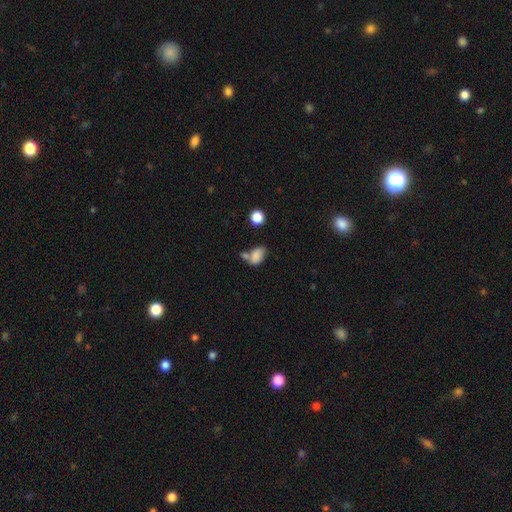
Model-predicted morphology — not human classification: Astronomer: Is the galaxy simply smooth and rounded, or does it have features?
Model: smooth — 79%.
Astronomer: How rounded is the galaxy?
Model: in between — 84%.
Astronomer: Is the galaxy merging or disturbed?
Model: merger — 40% (runner-up: none, 33%).